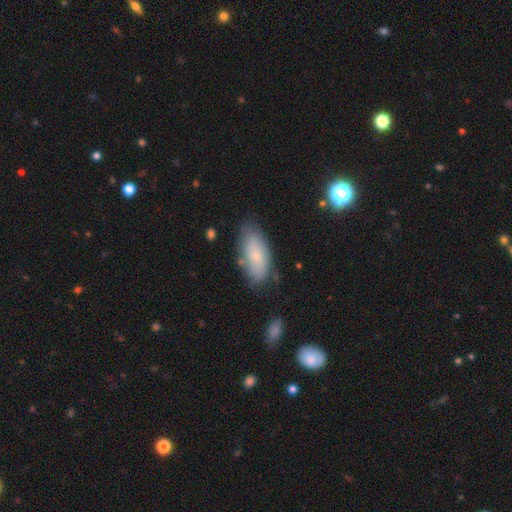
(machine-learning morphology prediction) Q: Smooth or featured?
A: smooth (68%); runner-up: featured or disk (25%)
Q: How rounded?
A: in between (87%); runner-up: cigar-shaped (11%)
Q: Merging?
A: none (71%); runner-up: minor disturbance (20%)